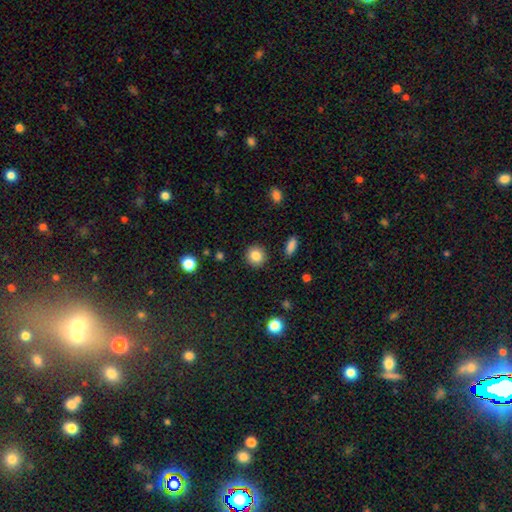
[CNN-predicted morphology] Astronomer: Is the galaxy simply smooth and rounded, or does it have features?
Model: smooth — 84%.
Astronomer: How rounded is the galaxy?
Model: round — 89%.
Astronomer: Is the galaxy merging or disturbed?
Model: none — 90%.